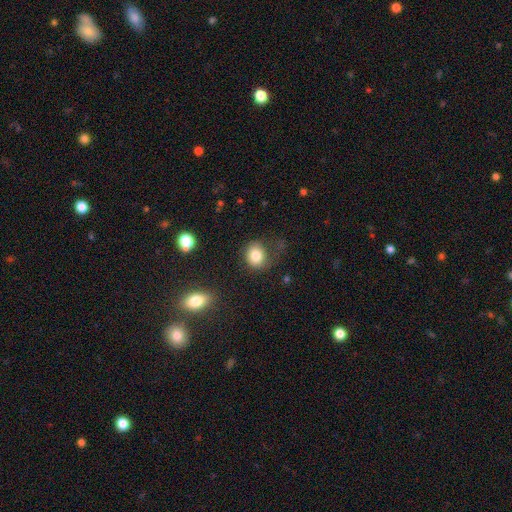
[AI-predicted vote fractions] Morphology: type=smooth (82%); roundness=round (68%); merging=none (63%).